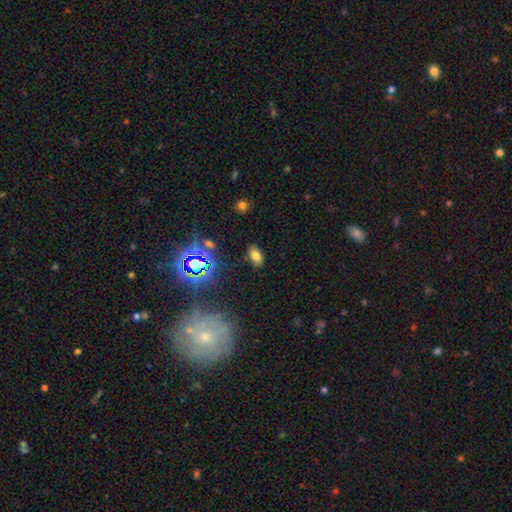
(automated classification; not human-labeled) smooth_or_featured: smooth (p=0.70) [alt: star or artifact p=0.21]
how_rounded: in between (p=0.91) [alt: round p=0.06]
merging: none (p=0.84) [alt: minor disturbance p=0.11]